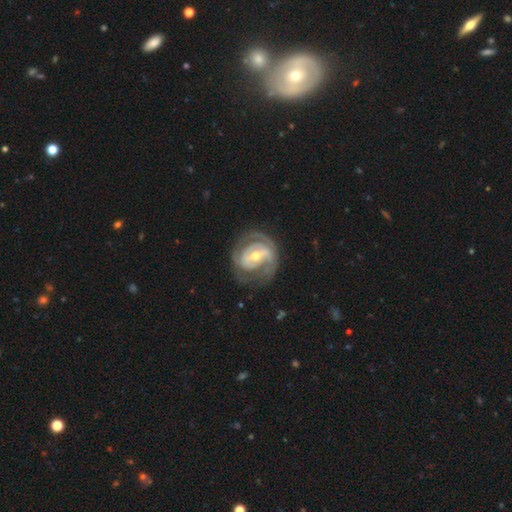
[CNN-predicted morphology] A featured or disk galaxy (86%) with a weak bar (40%), 2 (53%) tight (60%) spiral arms (92%) and a moderate central bulge (61%).

Vote fractions:
- Smooth or featured? featured or disk: 86% / smooth: 10% / star or artifact: 4%
- Edge-on disk? no: 97% / yes: 3%
- Bar? weak: 40% / strong: 35% / no: 25%
- Spiral arms? yes: 92% / no: 8%
- Spiral winding? tight: 60% / medium: 31% / loose: 9%
- Spiral arm count? 2: 53% / can't tell: 18% / 3: 16% / 1: 6% / 4: 4% / more than 4: 3%
- Bulge size? moderate: 61% / small: 34% / large: 3% / none: 1% / dominant: 1%
- Merging? none: 68% / minor disturbance: 19% / major disturbance: 12% / merger: 2%